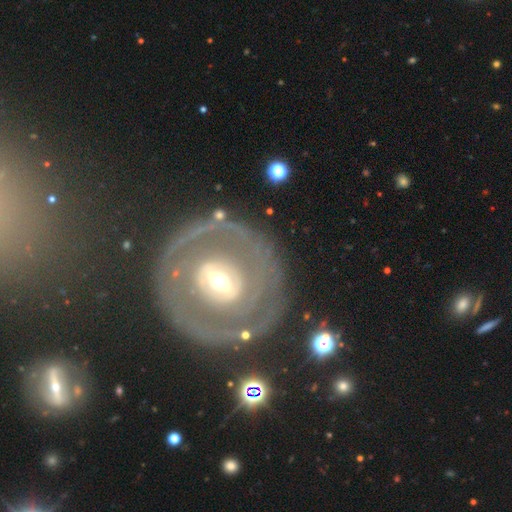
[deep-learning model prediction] smooth-or-featured: featured or disk: 75% | smooth: 17% | star or artifact: 7%
  disk-edge-on: no: 95% | yes: 5%
    bar: no: 47% | weak: 32% | strong: 21%
    has-spiral-arms: no: 55% | yes: 45%
    bulge-size: moderate: 51% | small: 38% | large: 8% | dominant: 2% | none: 1%
  merging: none: 73% | minor disturbance: 14% | major disturbance: 11% | merger: 3%